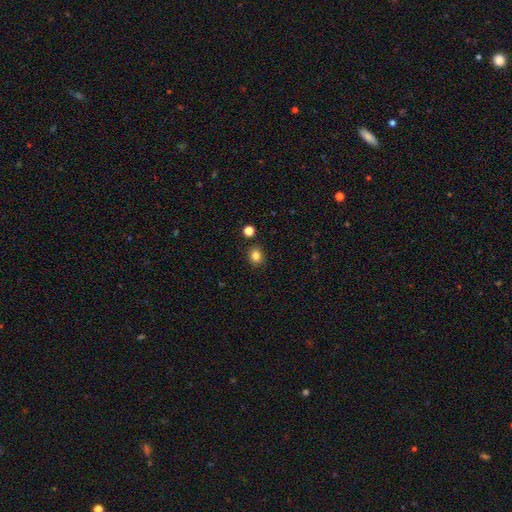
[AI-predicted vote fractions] Smooth or featured? smooth (83%)
How rounded? round (76%)
Merging? none (87%)